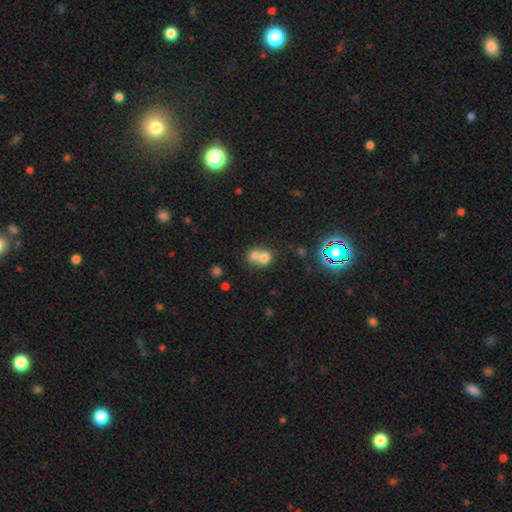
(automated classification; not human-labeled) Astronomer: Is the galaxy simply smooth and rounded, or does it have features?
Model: smooth — 68%.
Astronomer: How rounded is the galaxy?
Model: round — 67%.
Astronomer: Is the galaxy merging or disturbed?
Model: merger — 69%.